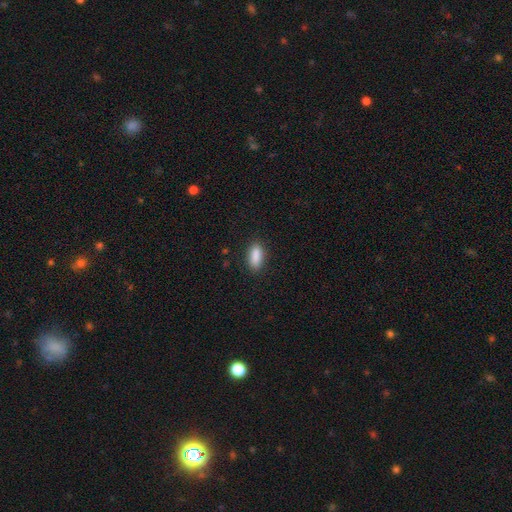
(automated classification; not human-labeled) Q: Smooth or featured?
A: smooth (89%); runner-up: star or artifact (7%)
Q: How rounded?
A: in between (80%); runner-up: cigar-shaped (17%)
Q: Merging?
A: none (86%); runner-up: minor disturbance (11%)